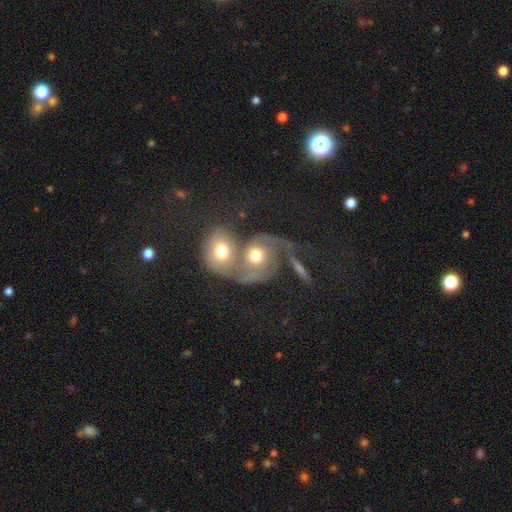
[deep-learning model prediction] Smooth or featured? featured or disk (68%)
Edge-on disk? no (97%)
Bar? no (74%)
Spiral arms? yes (88%)
Spiral winding? medium (42%)
Spiral arm count? 2 (79%)
Bulge size? moderate (63%)
Merging? merger (71%)